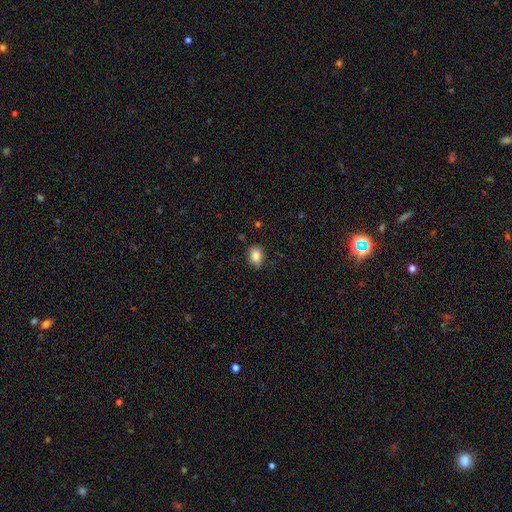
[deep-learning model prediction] A smooth galaxy with no disk features (85%) that is in between round and cigar-shaped (63%).

Vote fractions:
- Smooth or featured? smooth: 85% / star or artifact: 9% / featured or disk: 6%
- How rounded? in between: 63% / round: 36% / cigar-shaped: 1%
- Merging? none: 79% / minor disturbance: 16% / major disturbance: 3% / merger: 1%